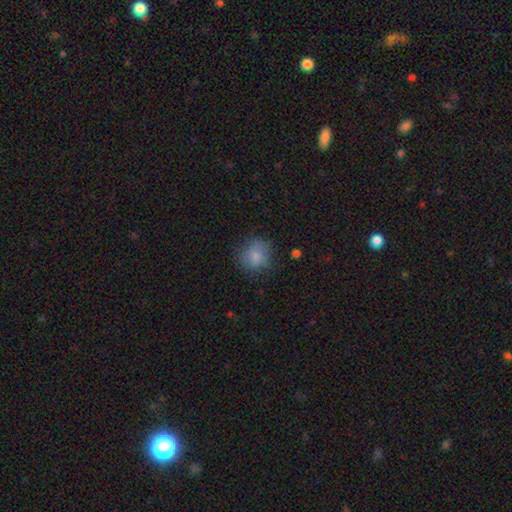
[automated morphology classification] Q: Smooth or featured?
A: smooth (79%); runner-up: featured or disk (11%)
Q: How rounded?
A: round (80%); runner-up: in between (19%)
Q: Merging?
A: none (69%); runner-up: minor disturbance (21%)